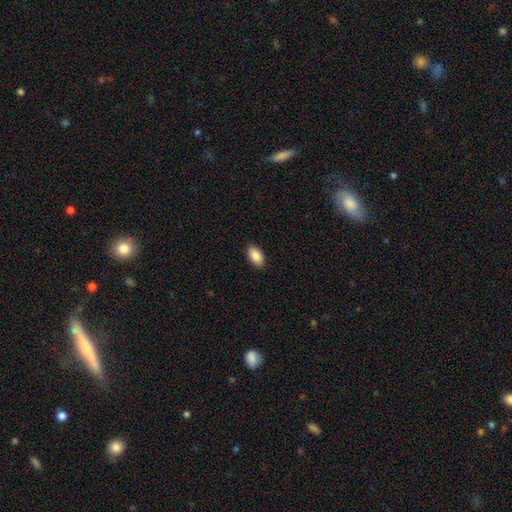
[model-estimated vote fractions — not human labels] Smooth or featured? Predicted: smooth (p=0.89). How rounded? Predicted: in between (p=0.94). Merging? Predicted: none (p=0.89).